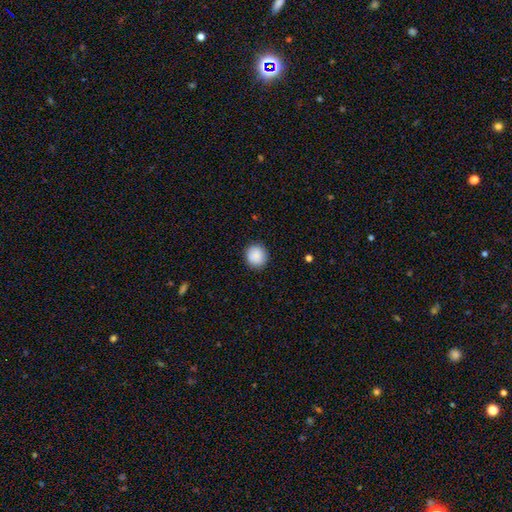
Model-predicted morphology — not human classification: smooth-or-featured: smooth: 89% | star or artifact: 8% | featured or disk: 3%
  how-rounded: round: 92% | in between: 7% | cigar-shaped: 1%
  merging: none: 90% | minor disturbance: 7% | major disturbance: 2% | merger: 1%